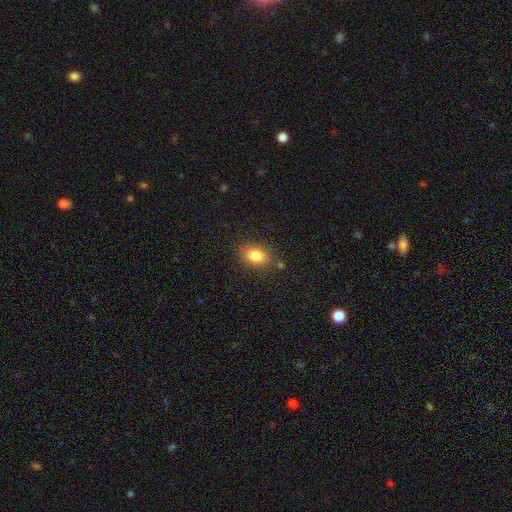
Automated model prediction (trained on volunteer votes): This appears to be a smooth galaxy with no disk features (82%) that is in between round and cigar-shaped (75%). Merging: none (80%).